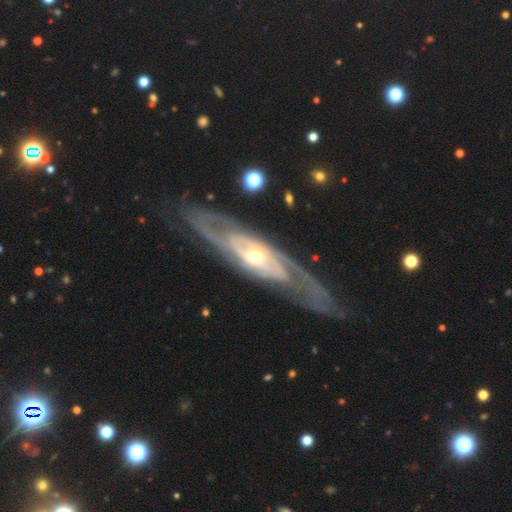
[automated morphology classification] A featured or disk galaxy (89%) with no bar (55%), 2 (62%) tight (53%) spiral arms (93%) and a small central bulge (58%). Merging: none (80%).